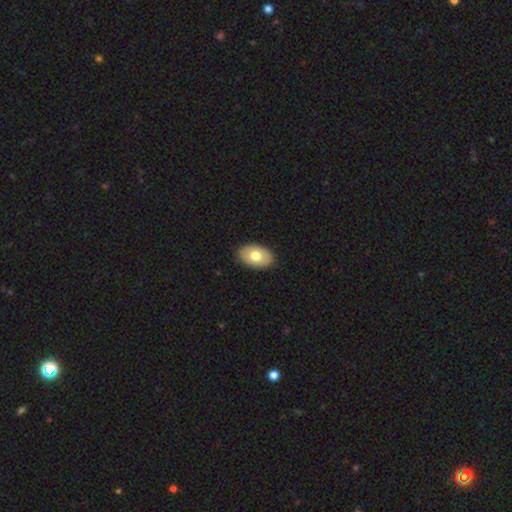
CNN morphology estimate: Q: Smooth or featured?
A: smooth (71%); runner-up: featured or disk (23%)
Q: How rounded?
A: in between (91%); runner-up: round (8%)
Q: Merging?
A: none (89%); runner-up: minor disturbance (8%)